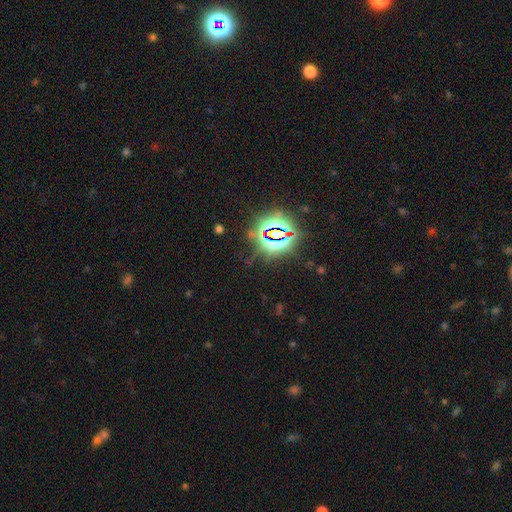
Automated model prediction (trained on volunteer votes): A star or artifact, not a galaxy (82%).

Vote fractions:
- Smooth or featured? star or artifact: 82% / smooth: 11% / featured or disk: 7%